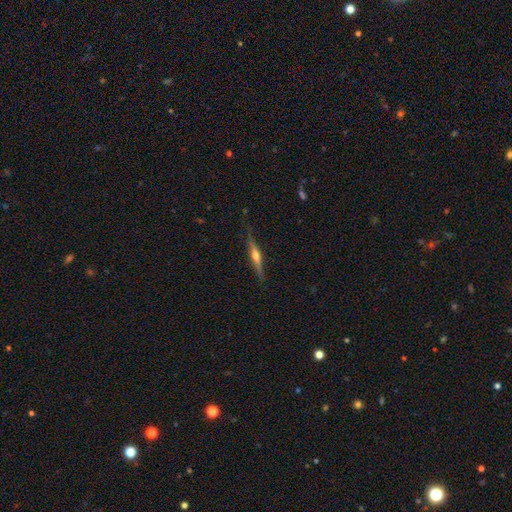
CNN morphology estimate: This appears to be a featured or disk galaxy (67%) viewed edge-on (97%) with a rounded central bulge (88%). Merging: none (83%).